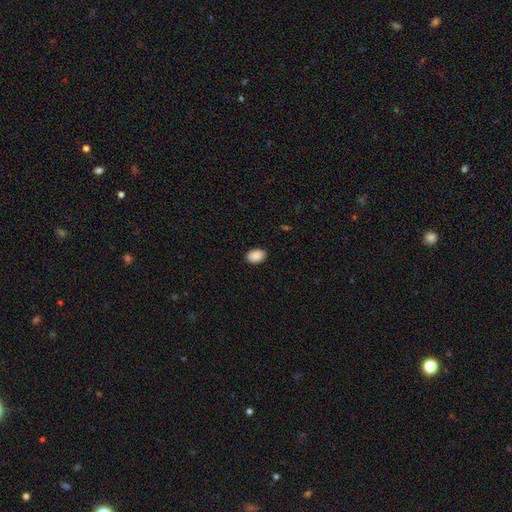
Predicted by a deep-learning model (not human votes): A smooth galaxy with no disk features (90%) that is in between round and cigar-shaped (82%).

Vote fractions:
- Smooth or featured? smooth: 90% / star or artifact: 7% / featured or disk: 3%
- How rounded? in between: 82% / round: 17% / cigar-shaped: 1%
- Merging? none: 90% / minor disturbance: 7% / major disturbance: 2% / merger: 1%